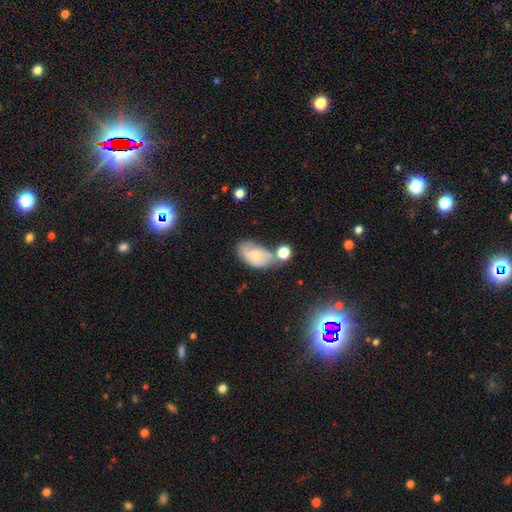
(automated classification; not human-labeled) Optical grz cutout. It shows a smooth galaxy with no disk features (53%) that is in between round and cigar-shaped (90%). Merging: none (36%).